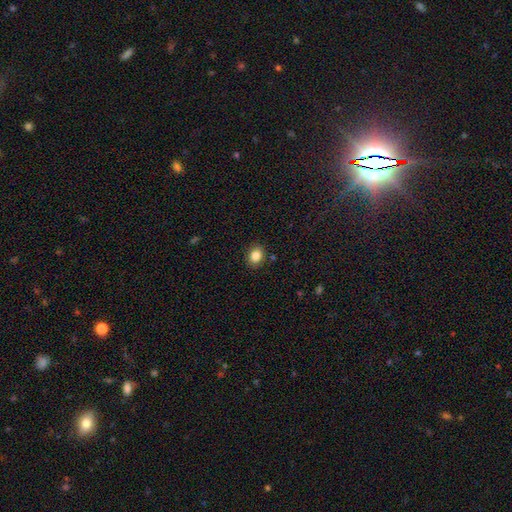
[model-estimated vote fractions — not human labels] Smooth or featured? Predicted: smooth (p=0.85). How rounded? Predicted: round (p=0.50). Merging? Predicted: none (p=0.87).